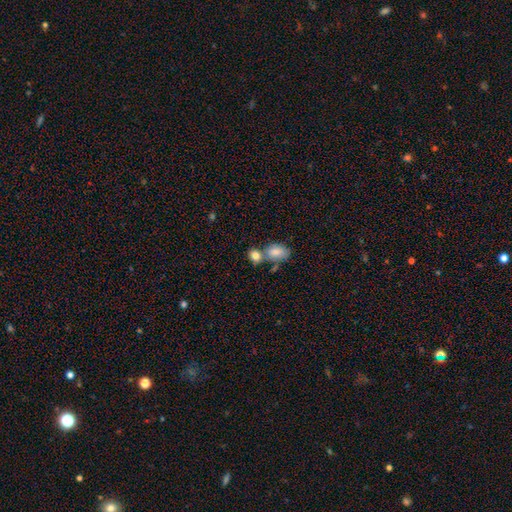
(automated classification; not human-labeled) Smooth or featured: smooth — 83% (featured or disk — 8%)
How rounded: in between — 57% (round — 41%)
Merging: merger — 43% (none — 42%)